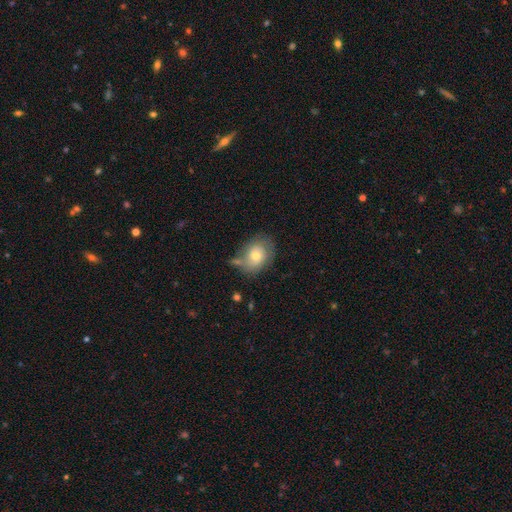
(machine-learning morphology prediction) Smooth or featured? smooth (67%)
How rounded? in between (60%)
Merging? none (55%)